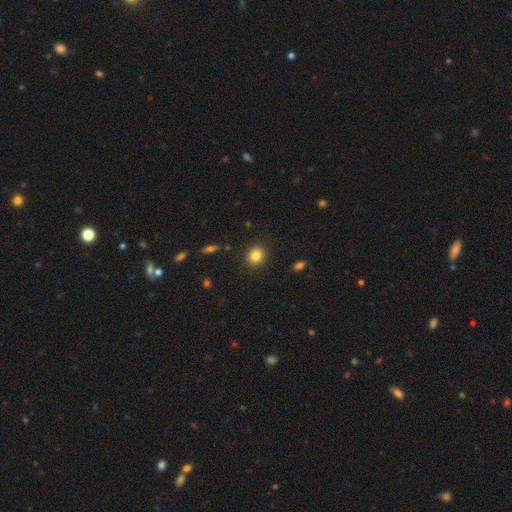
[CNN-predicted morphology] A smooth galaxy with no disk features (84%) that is round (75%). Merging: none (90%).